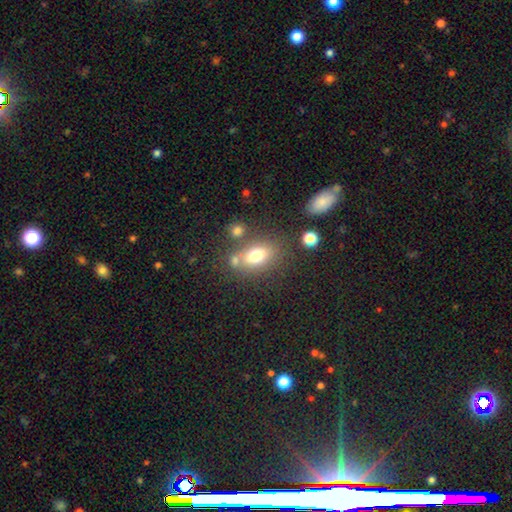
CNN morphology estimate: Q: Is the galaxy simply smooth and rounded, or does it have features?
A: smooth — 72%.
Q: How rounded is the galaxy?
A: in between — 74%.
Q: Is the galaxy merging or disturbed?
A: none — 64%.